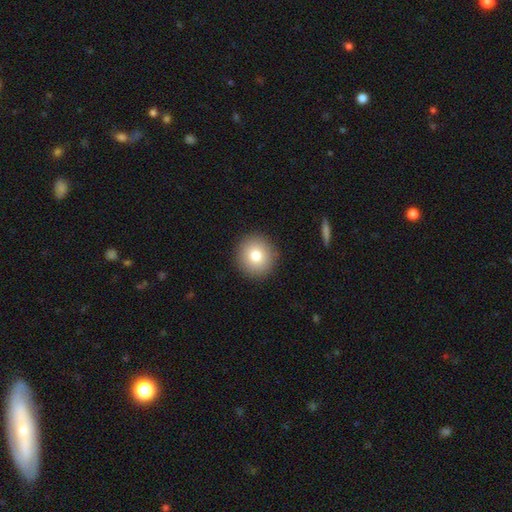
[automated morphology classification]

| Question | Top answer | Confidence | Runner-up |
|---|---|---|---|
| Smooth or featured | smooth | 79% | featured or disk (11%) |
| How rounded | round | 92% | in between (7%) |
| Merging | none | 91% | minor disturbance (6%) |